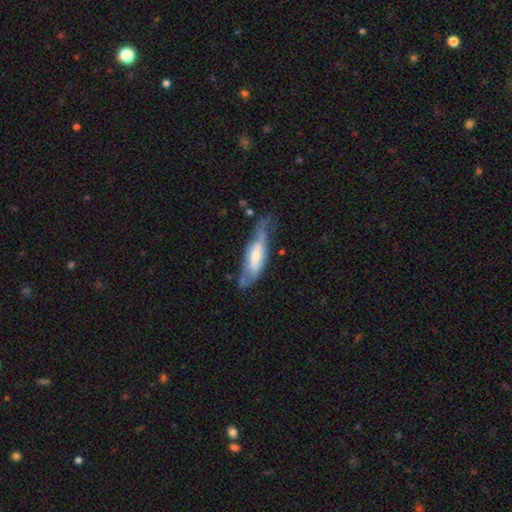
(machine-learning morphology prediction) type=featured or disk (56%); edge-on=no (65%); merging=none (40%).